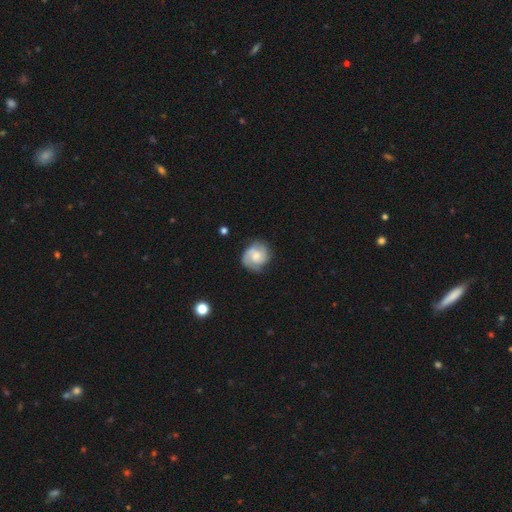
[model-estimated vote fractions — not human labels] Smooth or featured: featured or disk — 70% (smooth — 24%)
Edge-on disk: no — 98% (yes — 2%)
Bar: no — 58% (weak — 36%)
Spiral arms: yes — 95% (no — 5%)
Spiral winding: tight — 45% (medium — 42%)
Spiral arm count: 2 — 62% (3 — 16%)
Bulge size: moderate — 45% (small — 37%)
Merging: none — 76% (minor disturbance — 17%)